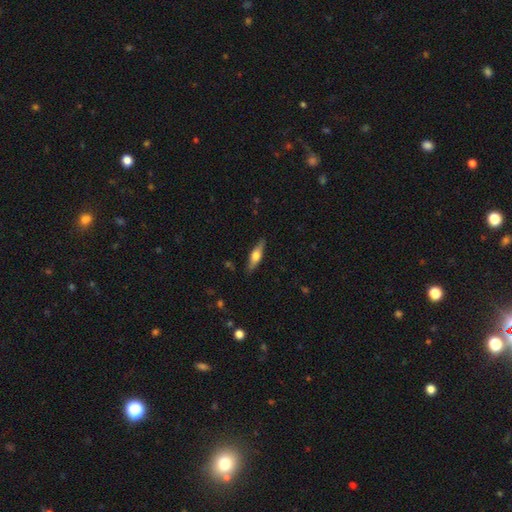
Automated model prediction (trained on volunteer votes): Smooth or featured?
  - smooth: 49% *
  - featured or disk: 46%
  - star or artifact: 6%
Merging?
  - none: 86% *
  - minor disturbance: 11%
  - major disturbance: 2%
  - merger: 1%